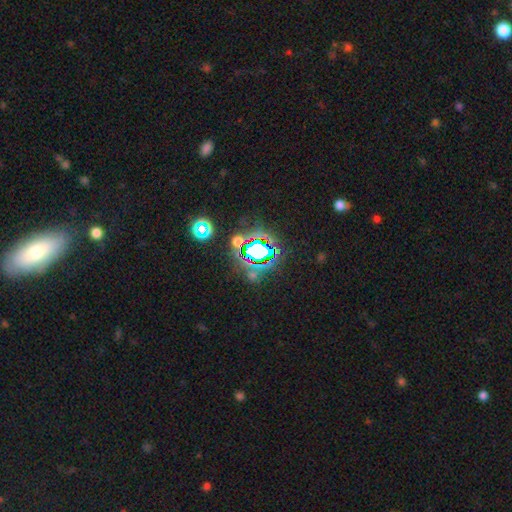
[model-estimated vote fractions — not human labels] smooth-or-featured: star or artifact: 79% | smooth: 13% | featured or disk: 8%